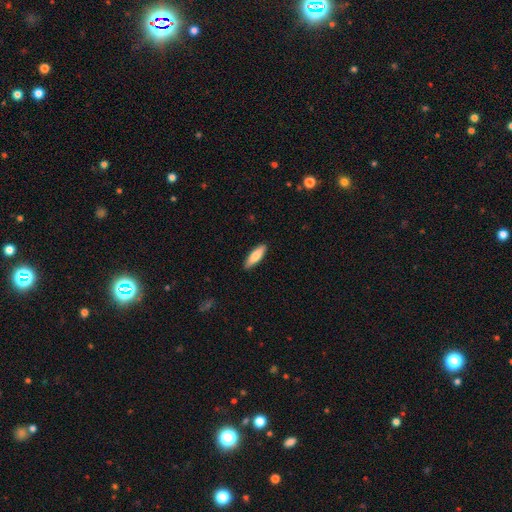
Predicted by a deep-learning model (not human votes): smooth-or-featured: smooth: 80% | featured or disk: 15% | star or artifact: 5%
  how-rounded: cigar-shaped: 49% (tied) | in between: 49% (tied) | round: 2%
  merging: none: 90% | minor disturbance: 8% | major disturbance: 2% | merger: 1%